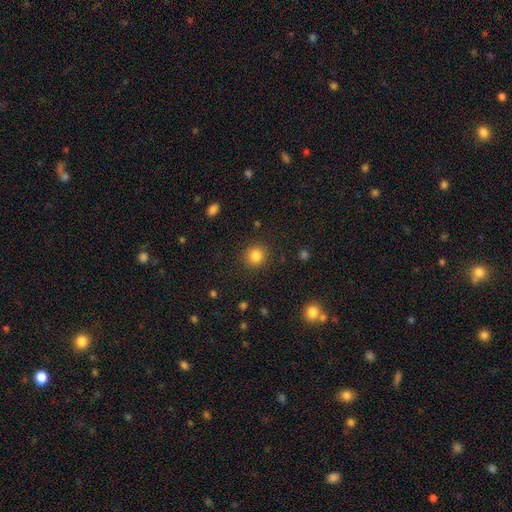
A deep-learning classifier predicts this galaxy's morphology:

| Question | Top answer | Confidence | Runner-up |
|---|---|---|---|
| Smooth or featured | smooth | 84% | star or artifact (11%) |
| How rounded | round | 90% | in between (9%) |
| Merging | none | 89% | minor disturbance (7%) |